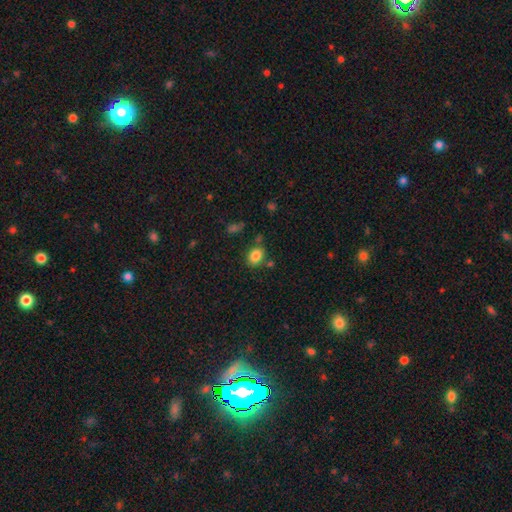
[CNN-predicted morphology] A smooth galaxy with no disk features (85%) that is in between round and cigar-shaped (59%).

Vote fractions:
- Smooth or featured? smooth: 85% / star or artifact: 10% / featured or disk: 5%
- How rounded? in between: 59% / round: 40% / cigar-shaped: 1%
- Merging? none: 76% / minor disturbance: 13% / merger: 8% / major disturbance: 4%